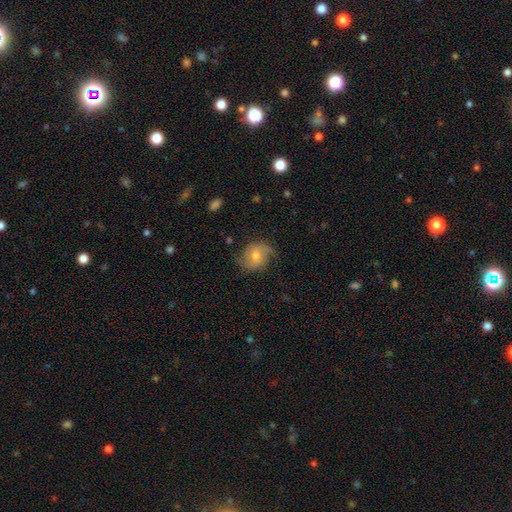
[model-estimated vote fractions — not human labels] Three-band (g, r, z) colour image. It shows a featured or disk galaxy (57%) with no bar (68%), spiral arms (86%) and a moderate central bulge (60%). Merging: none (64%).